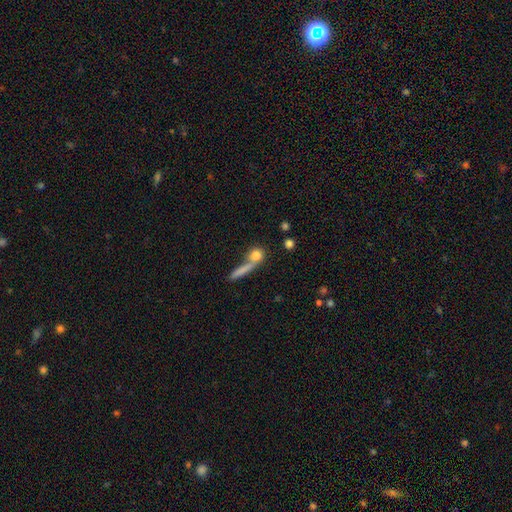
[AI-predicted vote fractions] Smooth or featured? Predicted: smooth (p=0.76). How rounded? Predicted: round (p=0.67). Merging? Predicted: none (p=0.53).